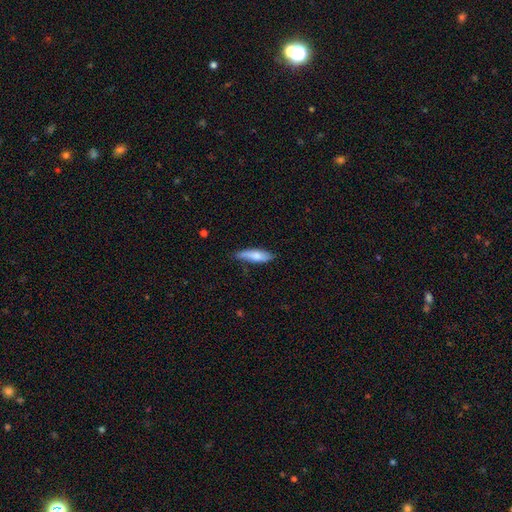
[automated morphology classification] smooth-or-featured: smooth: 74% | featured or disk: 20% | star or artifact: 6%
  how-rounded: cigar-shaped: 59% | in between: 40% | round: 2%
  merging: none: 69% | minor disturbance: 25% | major disturbance: 4% | merger: 2%